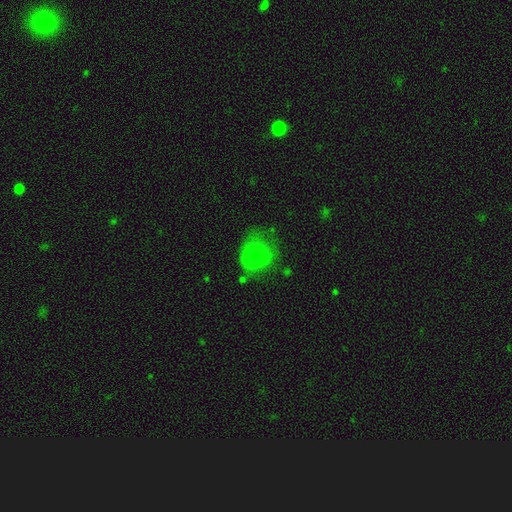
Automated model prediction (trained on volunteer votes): Smooth or featured? Predicted: smooth (p=0.65). How rounded? Predicted: round (p=0.68). Merging? Predicted: none (p=0.47).